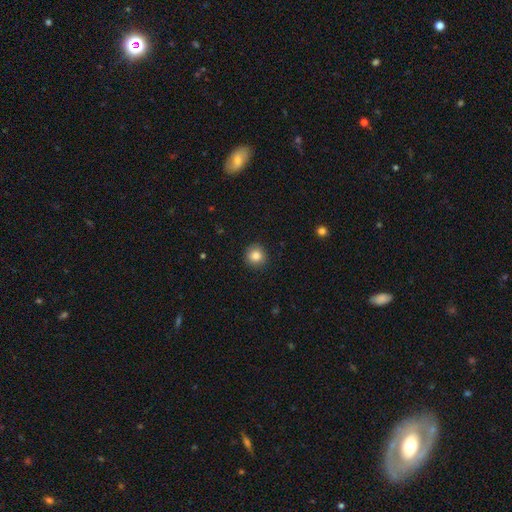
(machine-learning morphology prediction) This is clearly a smooth galaxy (85%). How rounded: clearly round (91%). Merging: clearly none (90%).